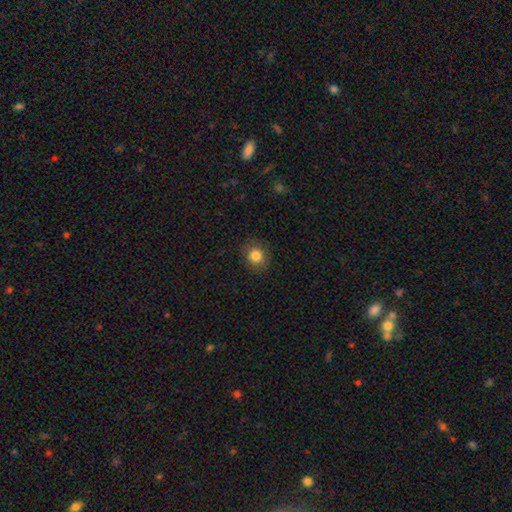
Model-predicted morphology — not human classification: Q: Smooth or featured?
A: smooth (83%); runner-up: star or artifact (11%)
Q: How rounded?
A: round (78%); runner-up: in between (21%)
Q: Merging?
A: none (87%); runner-up: minor disturbance (9%)